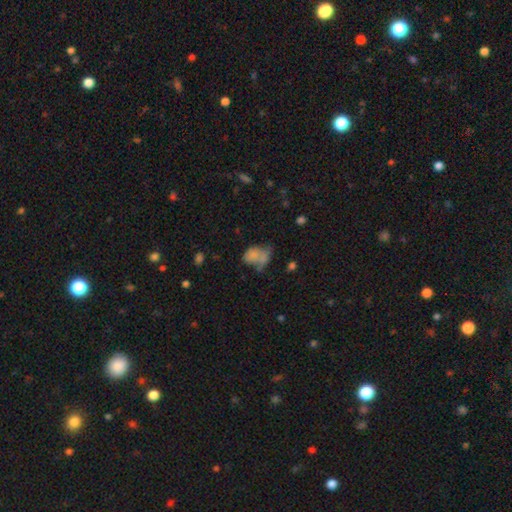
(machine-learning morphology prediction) A smooth galaxy with no disk features (69%) that is in between round and cigar-shaped (79%). Merging: merger (29%).